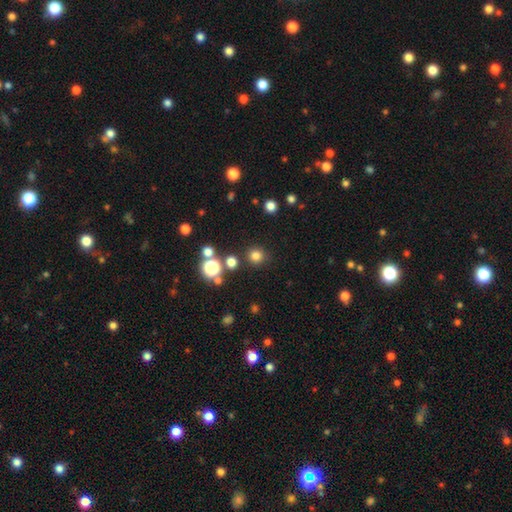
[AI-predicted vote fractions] smooth 77%, star or artifact 18%, featured or disk 5%. Down the decision tree: how rounded — round (94%); merging — none (87%).